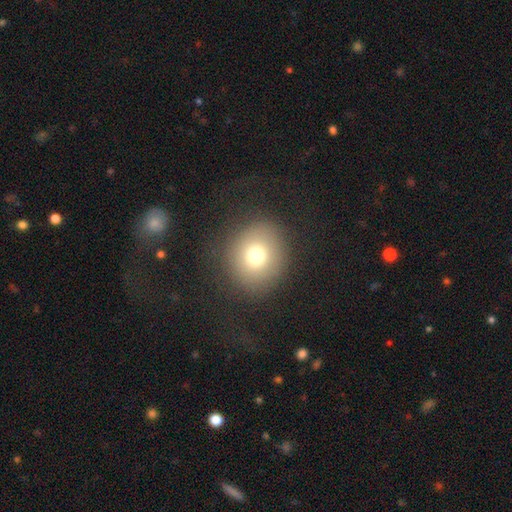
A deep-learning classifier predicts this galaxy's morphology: A smooth galaxy with no disk features (74%) that is round (84%). Merging: none (86%).